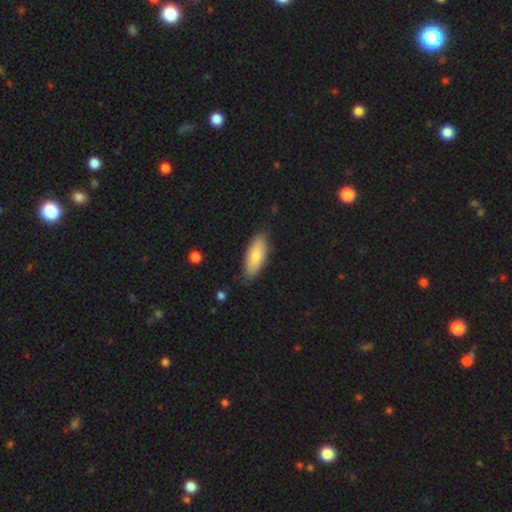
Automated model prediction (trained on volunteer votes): Smooth or featured? smooth (81%)
How rounded? in between (79%)
Merging? none (83%)